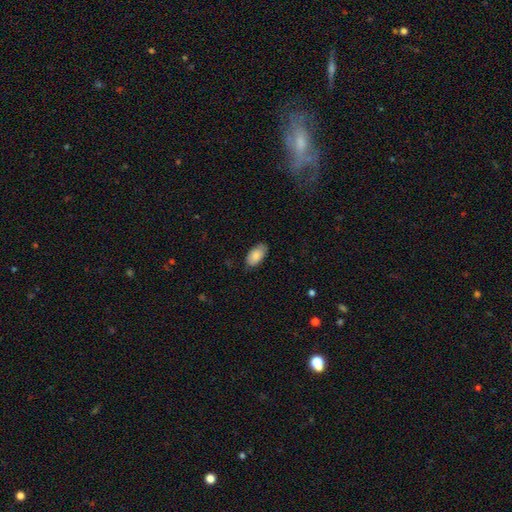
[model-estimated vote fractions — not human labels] Overall: smooth (83%). How rounded: in between (95%). Merging: none (79%).